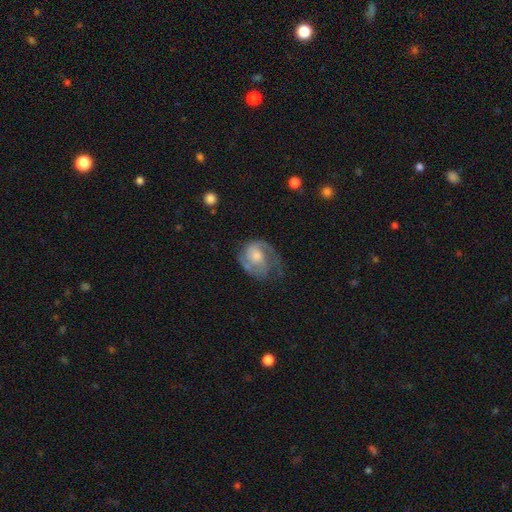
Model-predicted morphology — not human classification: Smooth or featured: featured or disk — 77% (smooth — 16%)
Edge-on disk: no — 98% (yes — 2%)
Bar: no — 63% (weak — 31%)
Spiral arms: yes — 93% (no — 7%)
Spiral winding: medium — 45% (tight — 39%)
Spiral arm count: 2 — 66% (can't tell — 13%)
Bulge size: moderate — 49% (small — 29%)
Merging: none — 55% (minor disturbance — 24%)